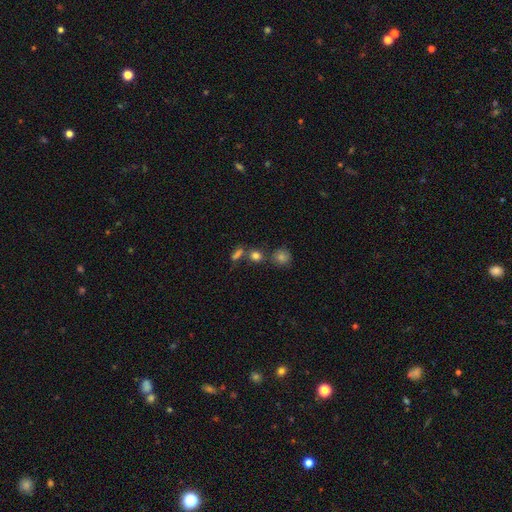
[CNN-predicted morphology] smooth 76%, star or artifact 16%, featured or disk 8%. Down the decision tree: how rounded — round (60%); merging — none (57%).